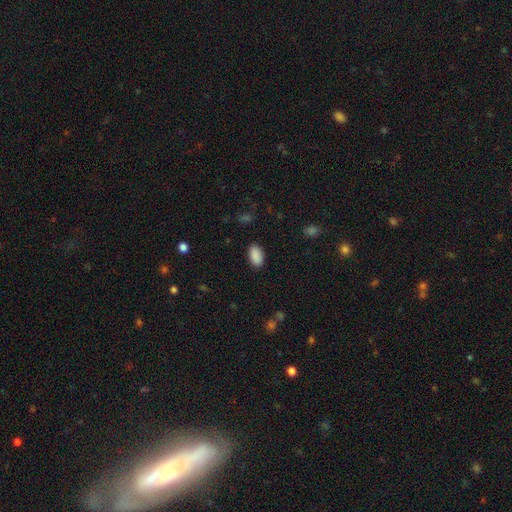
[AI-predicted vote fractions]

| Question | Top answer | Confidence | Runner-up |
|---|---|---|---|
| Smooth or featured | smooth | 90% | star or artifact (7%) |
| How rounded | in between | 94% | round (4%) |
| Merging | none | 88% | minor disturbance (8%) |